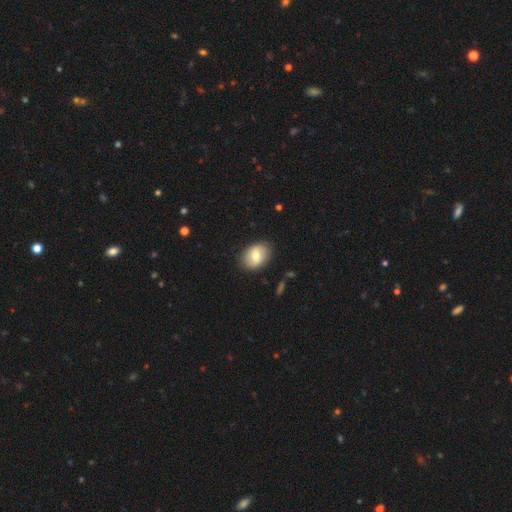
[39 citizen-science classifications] This is possibly a smooth galaxy (51%). How rounded: likely in between (70%). Merging: likely none (76%).